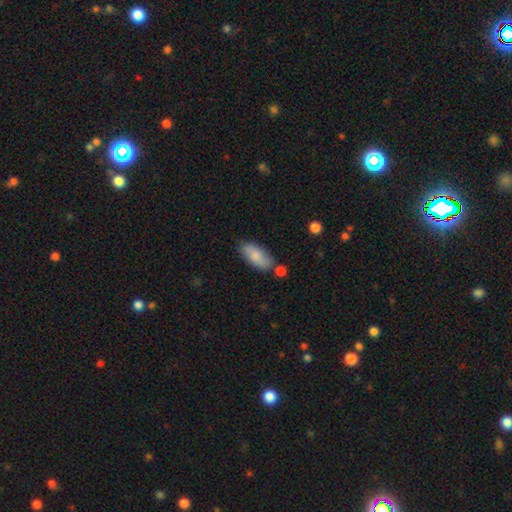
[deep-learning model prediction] Smooth or featured? smooth (80%)
How rounded? in between (86%)
Merging? none (70%)